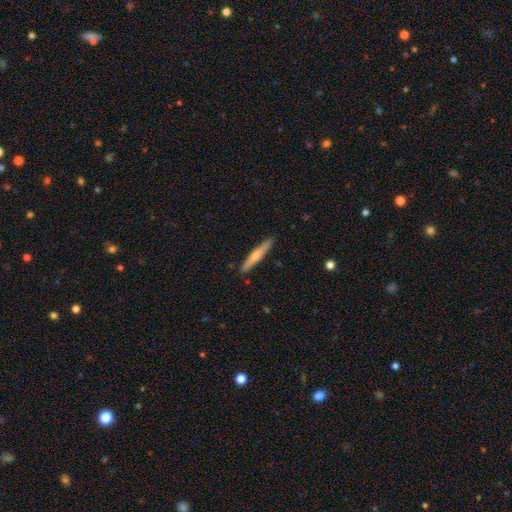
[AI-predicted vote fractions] Overall: smooth (55%; featured or disk 40%). How rounded: cigar-shaped (93%). Merging: none (89%).